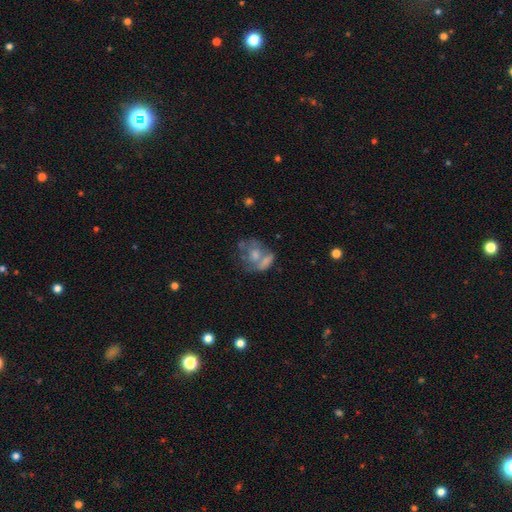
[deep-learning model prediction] Smooth or featured? smooth (45%, tied with featured or disk)
Merging? merger (37%)